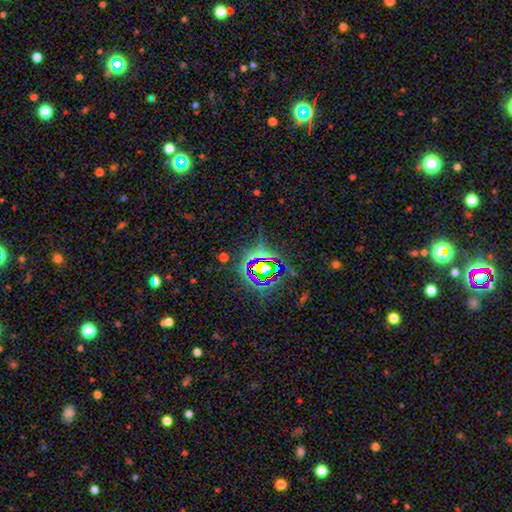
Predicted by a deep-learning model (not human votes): This appears to be a star or artifact, not a galaxy (74%).